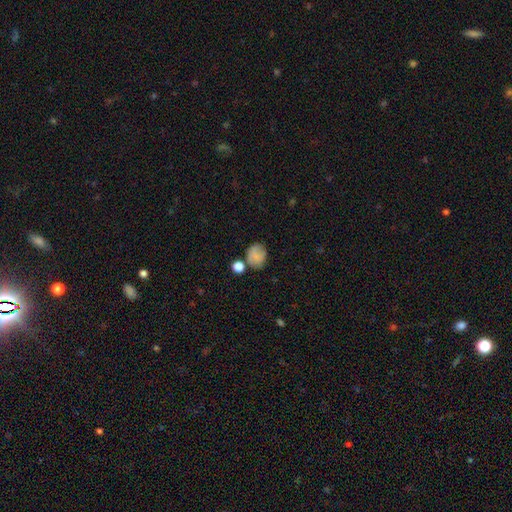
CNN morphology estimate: Overall: smooth (75%). How rounded: round (53%; in between 46%). Merging: none (59%; minor disturbance 21%).